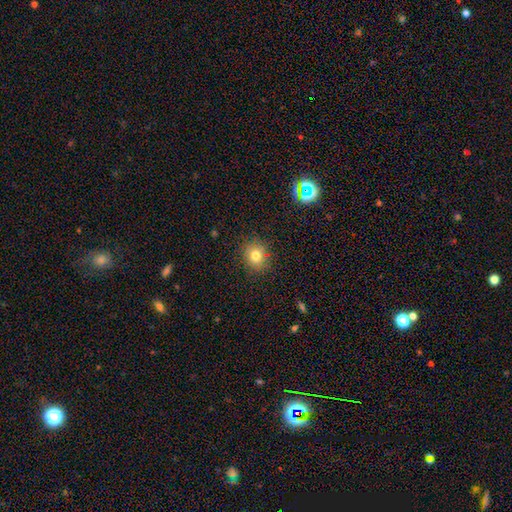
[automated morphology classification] Smooth or featured: smooth — 77% (star or artifact — 14%)
How rounded: round — 73% (in between — 26%)
Merging: none — 84% (minor disturbance — 11%)